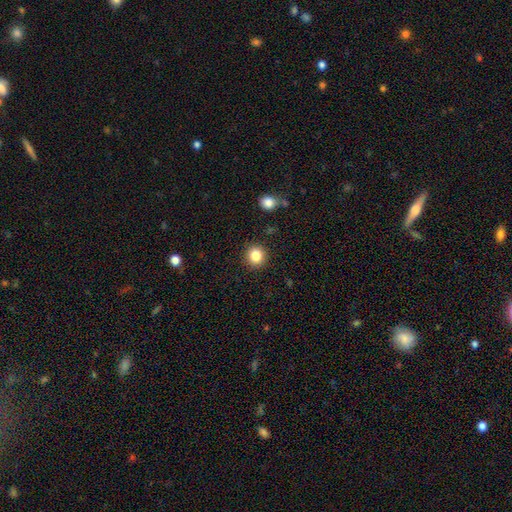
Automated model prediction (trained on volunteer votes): This appears to be a smooth galaxy with no disk features (84%) that is round (91%). Merging: none (90%).